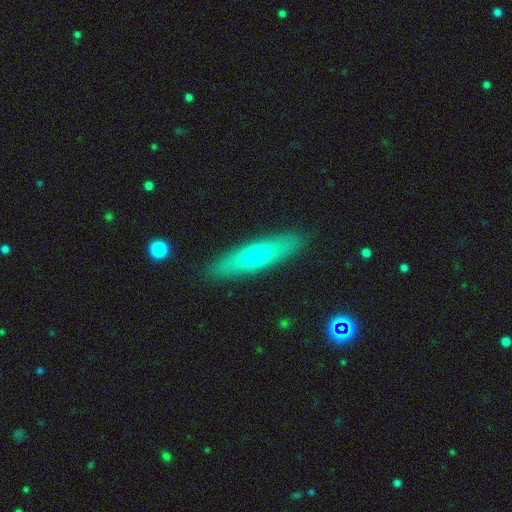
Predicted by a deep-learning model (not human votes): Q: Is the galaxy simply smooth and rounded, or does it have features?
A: smooth — 57%.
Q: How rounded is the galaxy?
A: cigar-shaped — 72%.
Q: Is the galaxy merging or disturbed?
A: none — 89%.